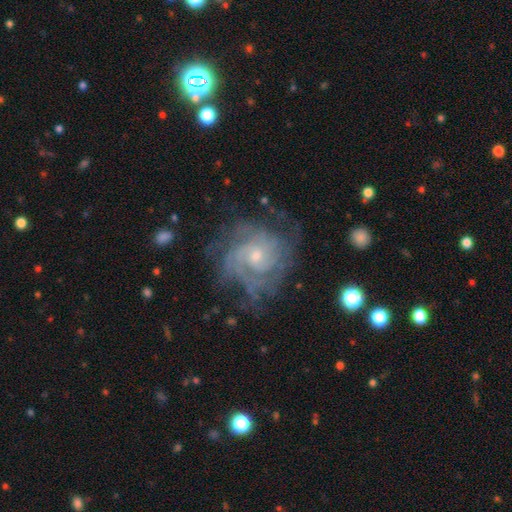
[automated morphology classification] This appears to be a featured or disk galaxy (86%) with no bar (69%), tight (65%) spiral arms (96%) and a small central bulge (57%). Merging: none (65%).